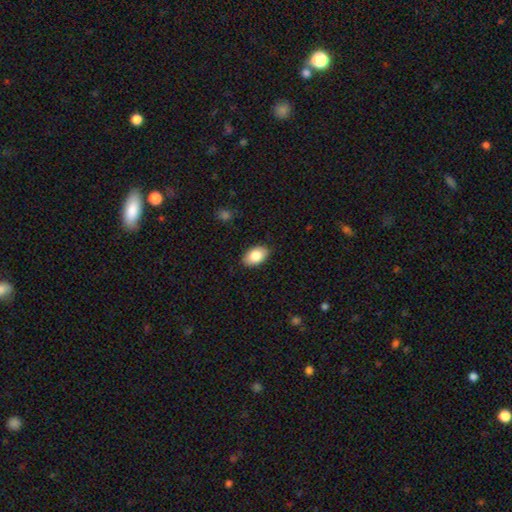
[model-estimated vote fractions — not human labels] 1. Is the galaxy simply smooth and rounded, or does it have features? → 85% smooth, 8% featured or disk, 7% star or artifact.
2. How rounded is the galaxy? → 92% in between, 7% round, 1% cigar-shaped.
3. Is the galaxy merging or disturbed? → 87% none, 10% minor disturbance, 2% major disturbance, 1% merger.